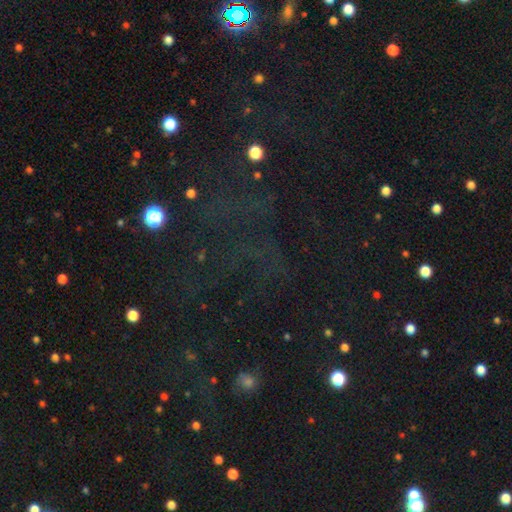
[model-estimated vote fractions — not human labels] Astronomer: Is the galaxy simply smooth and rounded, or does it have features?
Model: star or artifact — 65%.